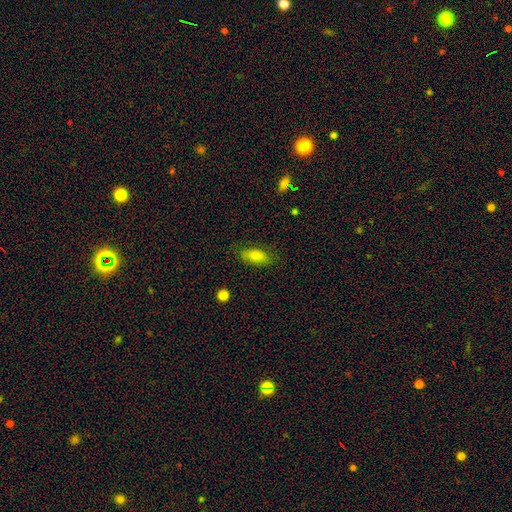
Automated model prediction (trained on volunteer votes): Q: Smooth or featured?
A: smooth (81%); runner-up: featured or disk (11%)
Q: How rounded?
A: in between (87%); runner-up: cigar-shaped (10%)
Q: Merging?
A: none (81%); runner-up: minor disturbance (14%)